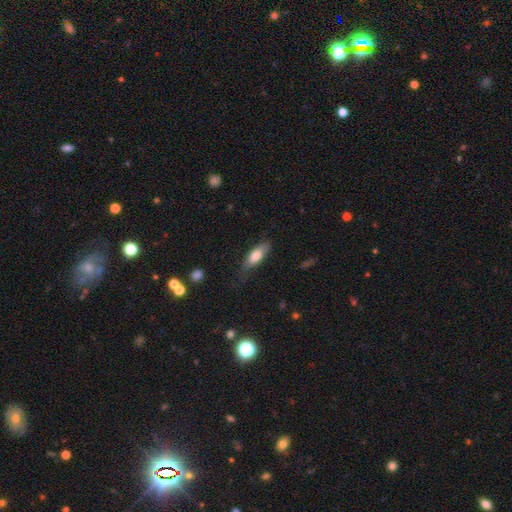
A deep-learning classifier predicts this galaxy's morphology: Smooth or featured? smooth (73%)
How rounded? in between (64%)
Merging? none (62%)